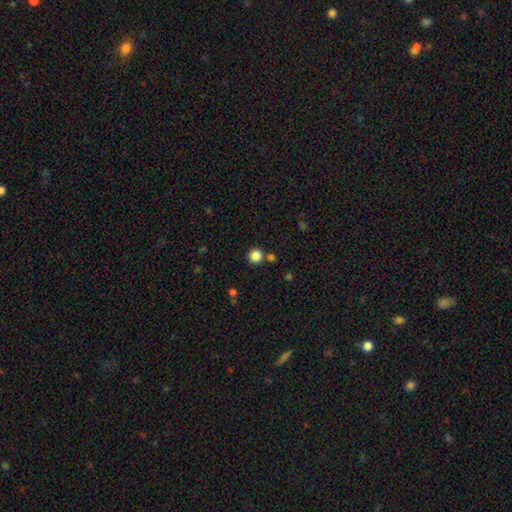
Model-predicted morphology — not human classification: Smooth or featured: smooth — 85% (star or artifact — 11%)
How rounded: round — 94% (in between — 5%)
Merging: none — 80% (merger — 11%)